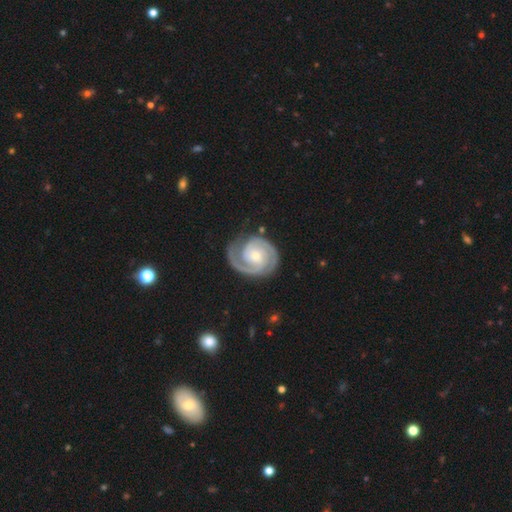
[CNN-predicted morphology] type=featured or disk (91%); edge-on=no (98%); bar=no (66%); spiral arms=yes (98%); winding=tight (67%); arm count=2 (78%); bulge=small (64%); merging=none (75%).